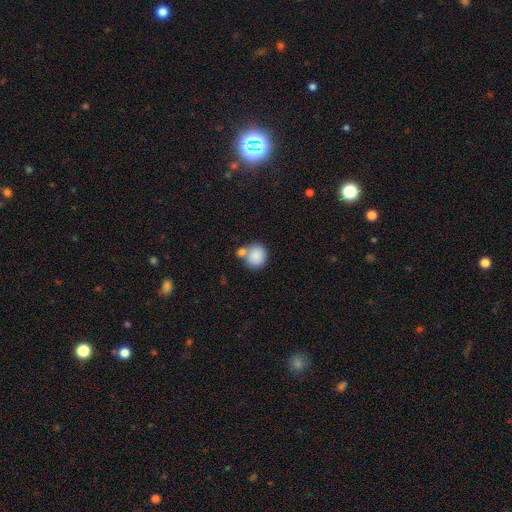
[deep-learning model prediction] smooth 85%, star or artifact 8%, featured or disk 7%. Down the decision tree: how rounded — round (85%); merging — none (53%).